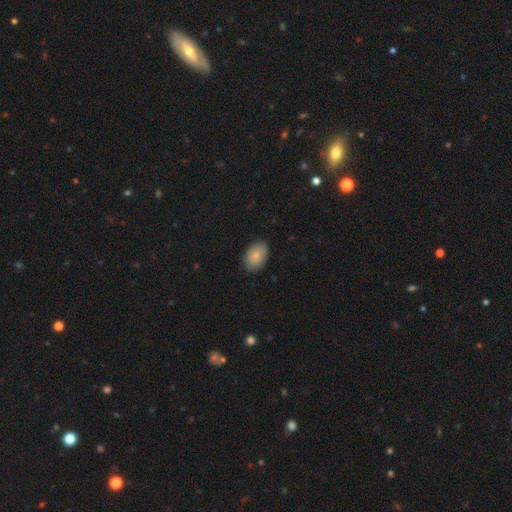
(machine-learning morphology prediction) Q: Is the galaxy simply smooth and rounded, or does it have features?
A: smooth — 87%.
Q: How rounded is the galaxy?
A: in between — 85%.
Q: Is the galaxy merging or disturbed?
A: none — 85%.